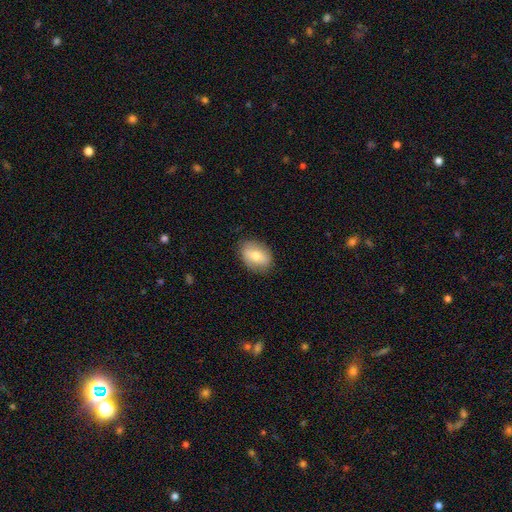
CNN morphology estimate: Q: Smooth or featured?
A: smooth (66%); runner-up: featured or disk (27%)
Q: How rounded?
A: in between (77%); runner-up: round (21%)
Q: Merging?
A: none (84%); runner-up: minor disturbance (12%)